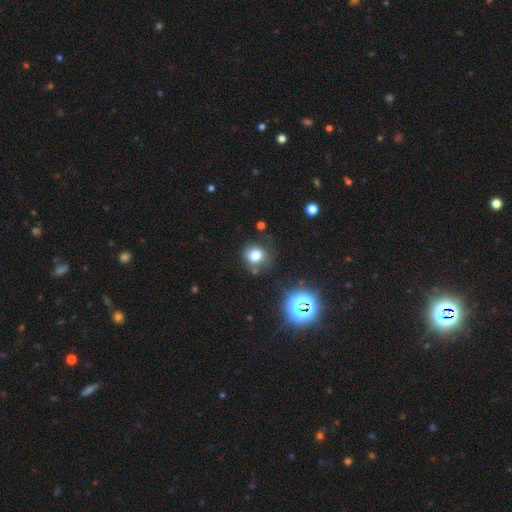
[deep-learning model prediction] Smooth or featured?
  - smooth: 76% *
  - star or artifact: 16%
  - featured or disk: 8%
How rounded?
  - round: 82% *
  - in between: 17%
  - cigar-shaped: 1%
Merging?
  - none: 72% *
  - minor disturbance: 17%
  - major disturbance: 6%
  - merger: 5%